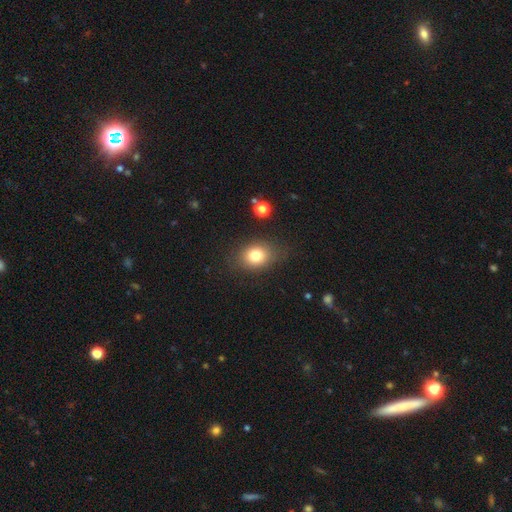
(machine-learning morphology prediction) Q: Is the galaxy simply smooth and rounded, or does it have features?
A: smooth — 78%.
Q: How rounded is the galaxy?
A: in between — 54%.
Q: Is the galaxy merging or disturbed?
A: none — 78%.